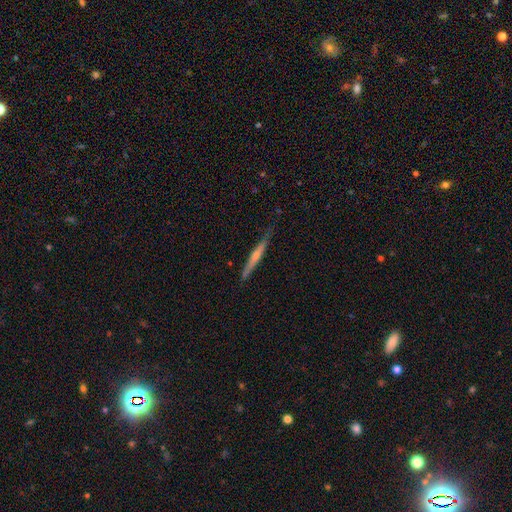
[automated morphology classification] This is likely a featured or disk galaxy (65%). It is clearly viewed edge-on (97%). Edge-on bulge: likely rounded (67%). Merging: clearly none (82%).